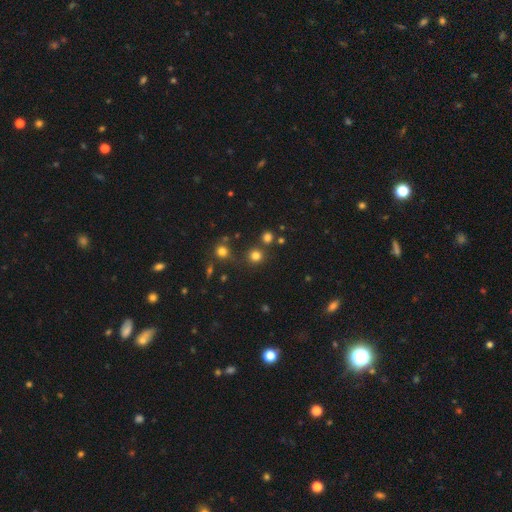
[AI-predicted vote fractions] smooth_or_featured: smooth (p=0.76) [alt: star or artifact p=0.19]
how_rounded: round (p=0.92) [alt: in between p=0.07]
merging: none (p=0.79) [alt: merger p=0.10]